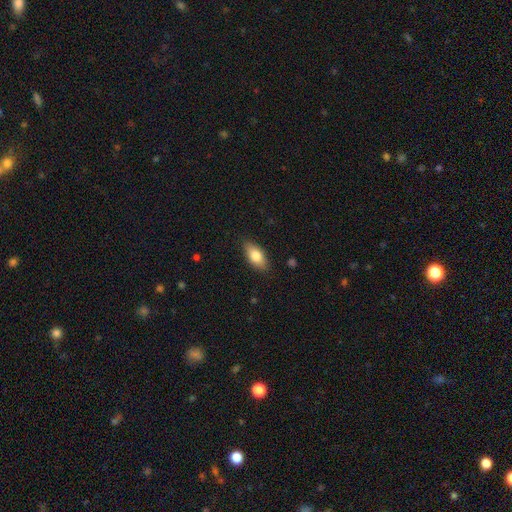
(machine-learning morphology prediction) Smooth or featured?
  - smooth: 78% *
  - featured or disk: 15%
  - star or artifact: 7%
How rounded?
  - in between: 86% *
  - cigar-shaped: 10%
  - round: 4%
Merging?
  - none: 85% *
  - minor disturbance: 12%
  - major disturbance: 2%
  - merger: 1%